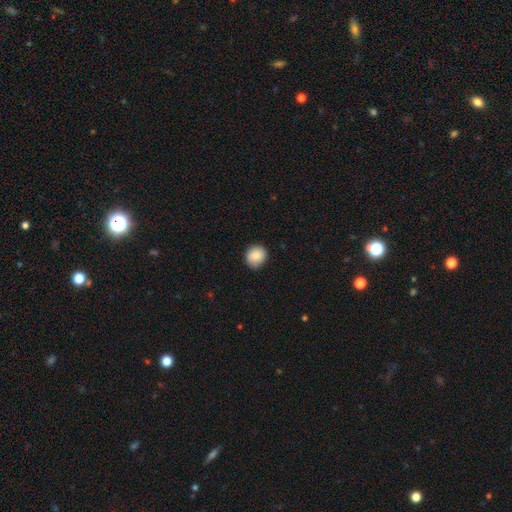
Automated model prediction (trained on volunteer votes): Smooth or featured? Predicted: smooth (p=0.87). How rounded? Predicted: round (p=0.84). Merging? Predicted: none (p=0.82).